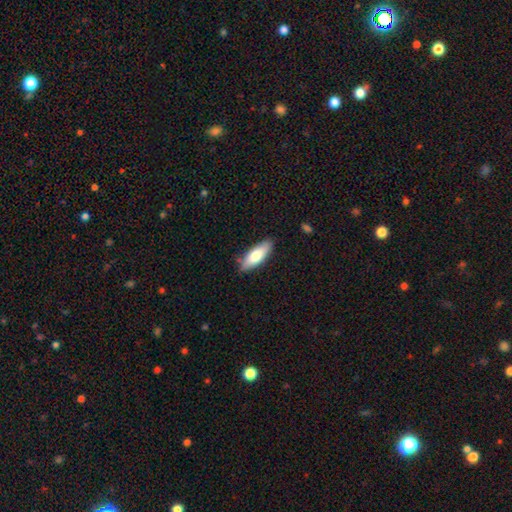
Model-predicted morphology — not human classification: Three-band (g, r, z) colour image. It shows a smooth galaxy with no disk features (76%) that is in between round and cigar-shaped (63%). Merging: none (84%).